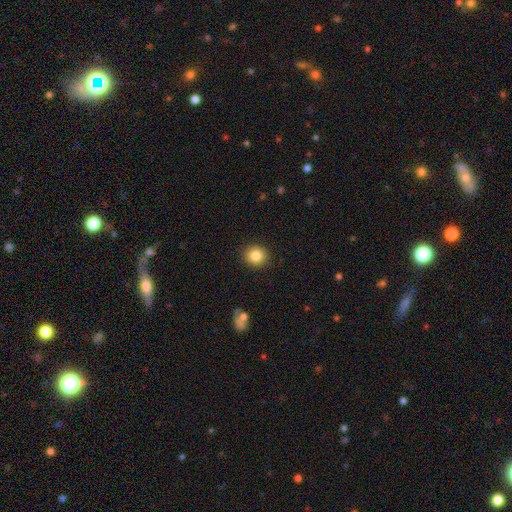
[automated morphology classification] Smooth or featured: smooth — 84% (star or artifact — 10%)
How rounded: round — 86% (in between — 13%)
Merging: none — 90% (minor disturbance — 7%)